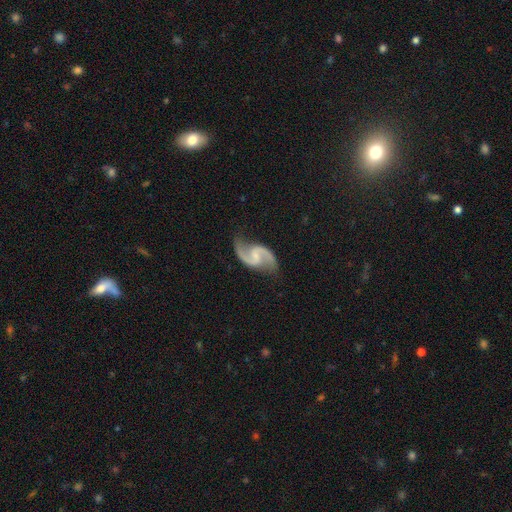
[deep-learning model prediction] Q: Smooth or featured?
A: featured or disk (93%); runner-up: star or artifact (4%)
Q: Edge-on disk?
A: no (98%); runner-up: yes (2%)
Q: Bar?
A: weak (49%); runner-up: no (35%)
Q: Spiral arms?
A: yes (98%); runner-up: no (2%)
Q: Spiral winding?
A: loose (53%); runner-up: medium (39%)
Q: Spiral arm count?
A: 2 (95%); runner-up: 1 (1%)
Q: Bulge size?
A: small (51%); runner-up: none (30%)
Q: Merging?
A: none (80%); runner-up: minor disturbance (13%)